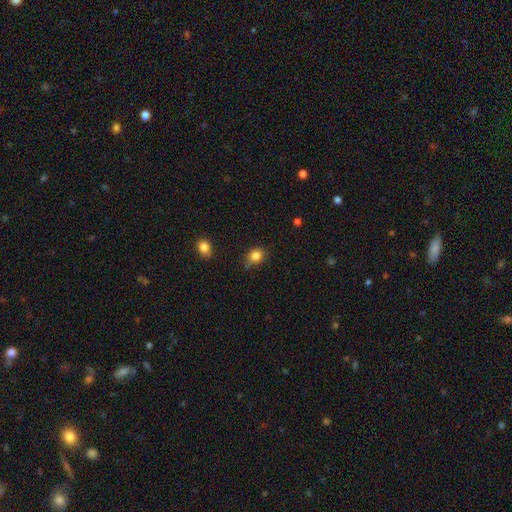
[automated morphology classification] This appears to be a smooth galaxy with no disk features (83%) that is round (64%). Merging: none (62%).